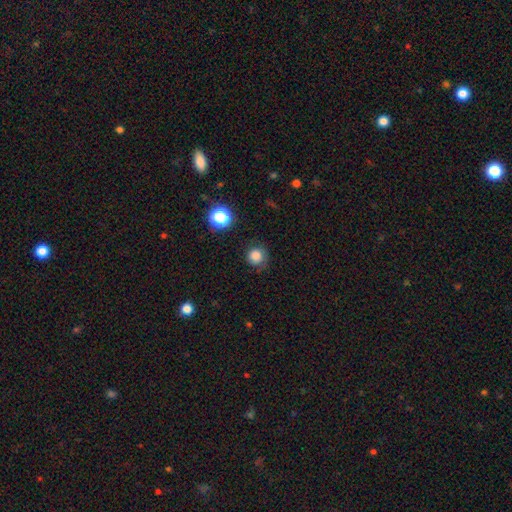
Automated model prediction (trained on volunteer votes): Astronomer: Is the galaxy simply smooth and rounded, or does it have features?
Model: smooth — 82%.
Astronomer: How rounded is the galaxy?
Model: round — 92%.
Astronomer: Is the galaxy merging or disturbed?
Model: none — 75%.